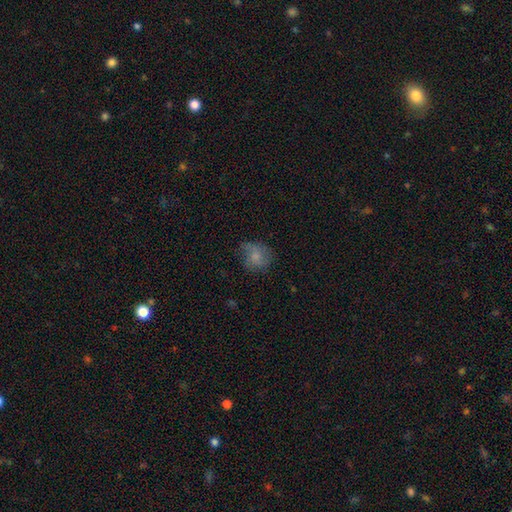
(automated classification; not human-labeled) smooth_or_featured: smooth (p=0.70) [alt: featured or disk p=0.20]
how_rounded: round (p=0.67) [alt: in between p=0.32]
merging: none (p=0.59) [alt: minor disturbance p=0.27]